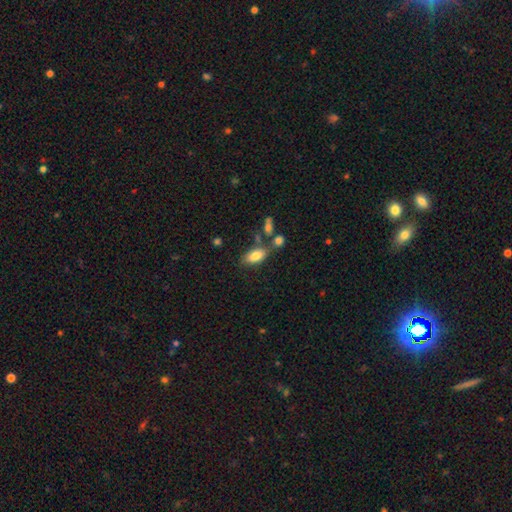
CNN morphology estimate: smooth-or-featured: smooth: 81% | featured or disk: 11% | star or artifact: 8%
  how-rounded: in between: 88% | cigar-shaped: 9% | round: 4%
  merging: none: 63% | merger: 17% | minor disturbance: 15% | major disturbance: 5%